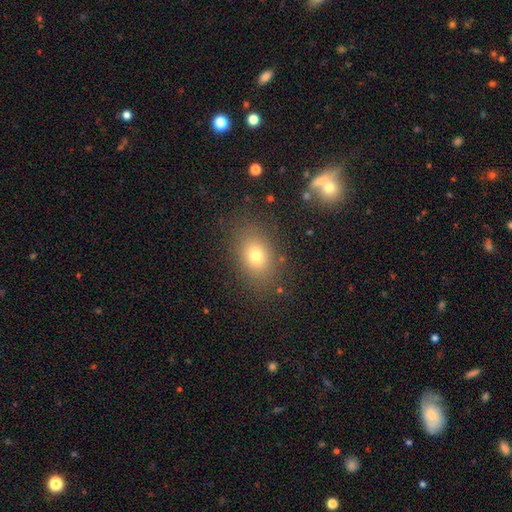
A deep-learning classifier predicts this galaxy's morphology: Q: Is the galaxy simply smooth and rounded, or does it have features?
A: smooth — 73%.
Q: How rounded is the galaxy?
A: in between — 73%.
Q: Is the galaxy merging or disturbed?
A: none — 82%.